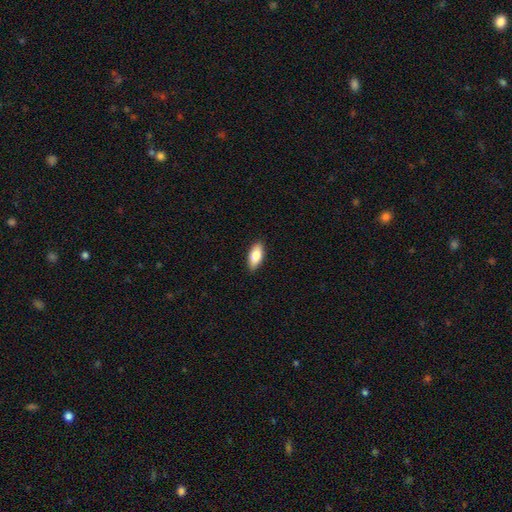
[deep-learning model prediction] Smooth or featured? Predicted: smooth (p=0.82). How rounded? Predicted: in between (p=0.85). Merging? Predicted: none (p=0.88).